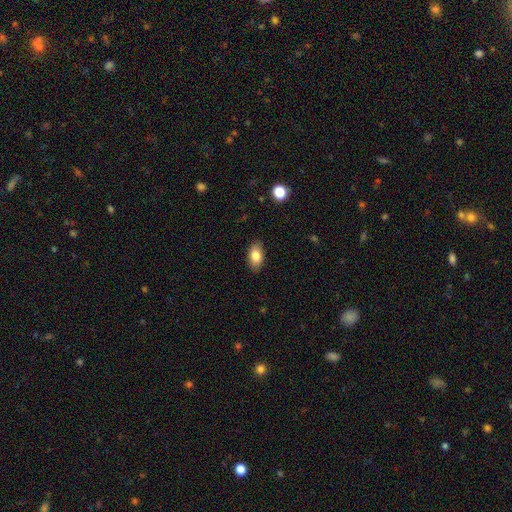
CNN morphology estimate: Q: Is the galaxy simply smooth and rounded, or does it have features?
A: smooth — 82%.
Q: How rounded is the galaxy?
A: in between — 91%.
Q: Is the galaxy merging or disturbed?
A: none — 87%.